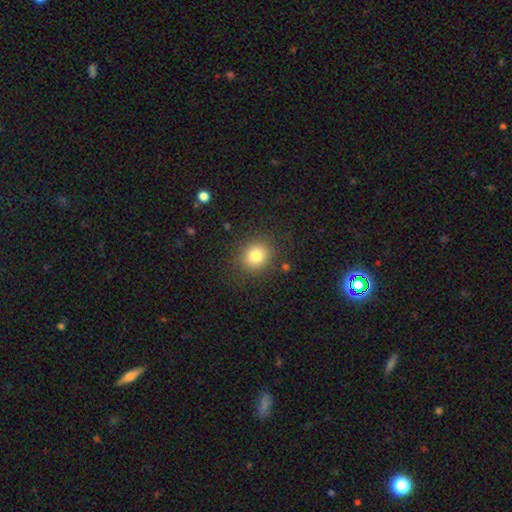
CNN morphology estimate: smooth_or_featured: smooth (p=0.80) [alt: star or artifact p=0.12]
how_rounded: round (p=0.77) [alt: in between p=0.22]
merging: none (p=0.86) [alt: minor disturbance p=0.09]